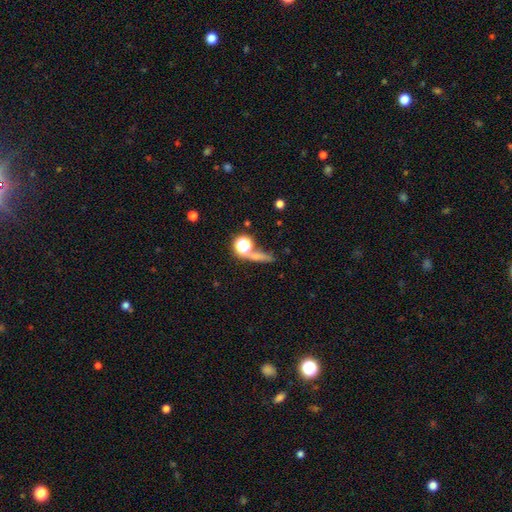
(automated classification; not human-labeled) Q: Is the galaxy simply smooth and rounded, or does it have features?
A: smooth — 58%.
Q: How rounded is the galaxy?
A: cigar-shaped — 47%.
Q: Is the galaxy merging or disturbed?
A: none — 64%.